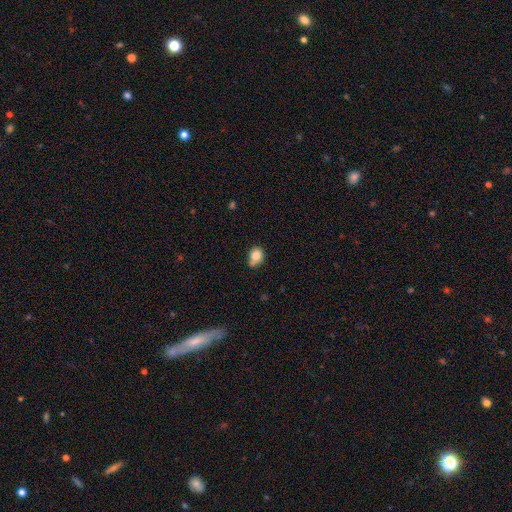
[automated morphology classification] A smooth galaxy with no disk features (81%) that is round (52%). Merging: none (47%).